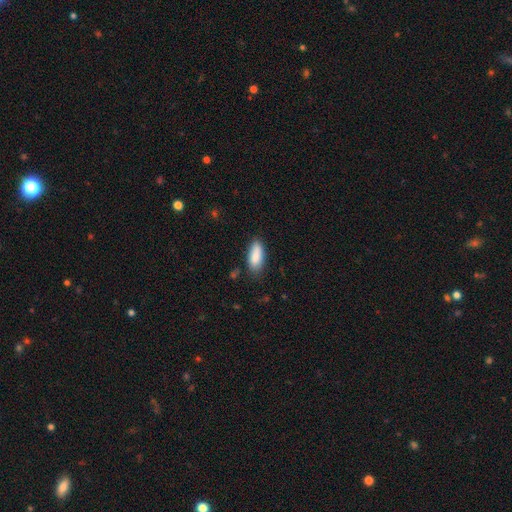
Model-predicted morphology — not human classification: This is clearly a smooth galaxy (88%). How rounded: likely in between (80%). Merging: likely none (76%).